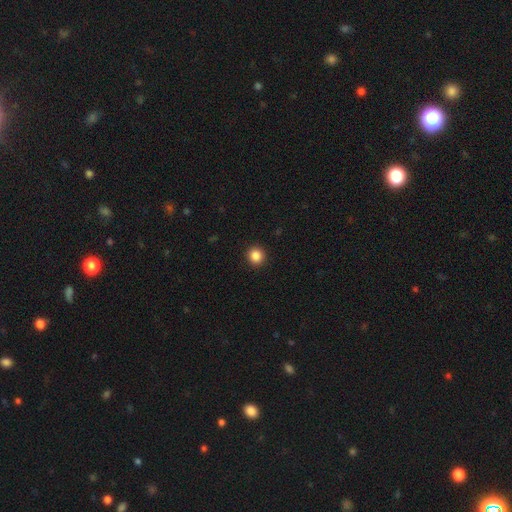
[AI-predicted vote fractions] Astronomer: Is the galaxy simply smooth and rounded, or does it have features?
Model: smooth — 87%.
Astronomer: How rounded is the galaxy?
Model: round — 92%.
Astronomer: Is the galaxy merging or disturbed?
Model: none — 93%.